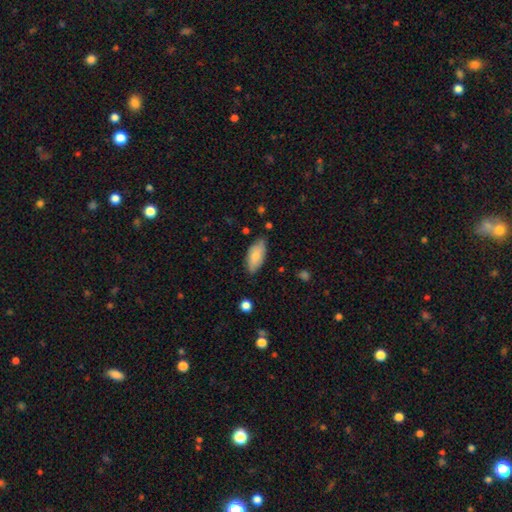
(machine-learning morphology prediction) type=smooth (77%); roundness=in between (89%); merging=none (76%).